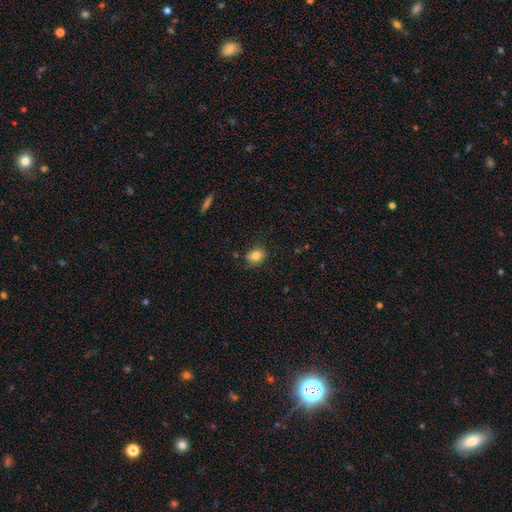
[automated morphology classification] Q: Smooth or featured?
A: smooth (81%); runner-up: star or artifact (10%)
Q: How rounded?
A: round (56%); runner-up: in between (43%)
Q: Merging?
A: none (77%); runner-up: minor disturbance (18%)